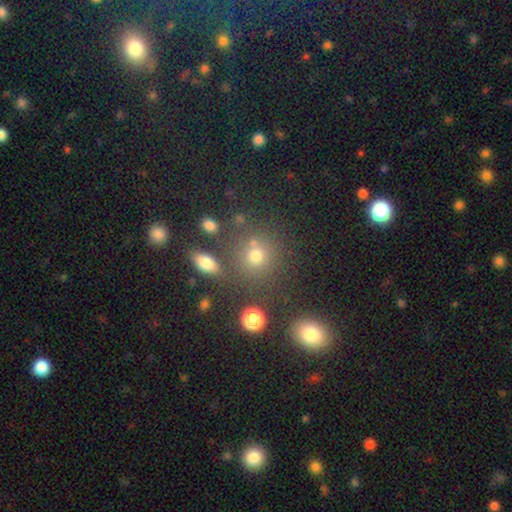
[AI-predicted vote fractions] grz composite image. It shows a smooth galaxy with no disk features (70%) that is round (86%). Merging: none (72%).